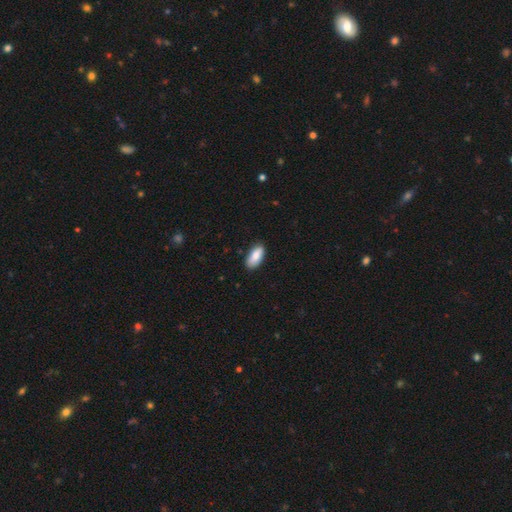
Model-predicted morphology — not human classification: Smooth or featured?
  - smooth: 86% *
  - featured or disk: 8%
  - star or artifact: 6%
How rounded?
  - in between: 90% *
  - cigar-shaped: 8%
  - round: 2%
Merging?
  - none: 84% *
  - minor disturbance: 13%
  - major disturbance: 2%
  - merger: 1%